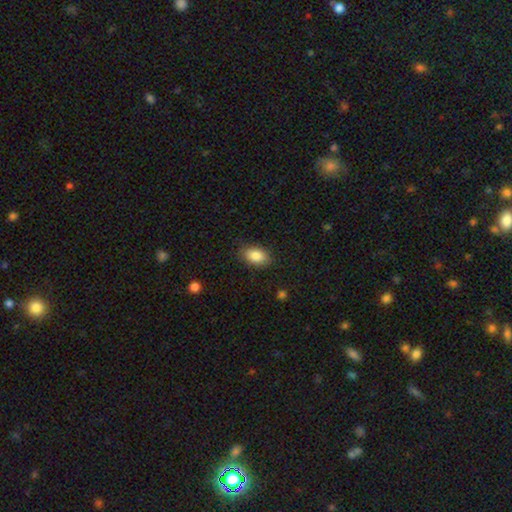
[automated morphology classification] Smooth or featured: smooth — 86% (star or artifact — 7%)
How rounded: in between — 89% (round — 9%)
Merging: none — 85% (minor disturbance — 11%)